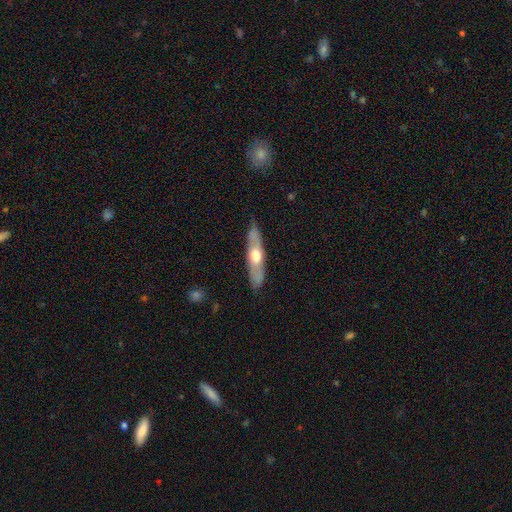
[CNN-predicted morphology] smooth_or_featured: featured or disk (p=0.54) [alt: smooth p=0.41]
disk_edge_on: yes (p=0.68) [alt: no p=0.32]
merging: none (p=0.81) [alt: minor disturbance p=0.15]